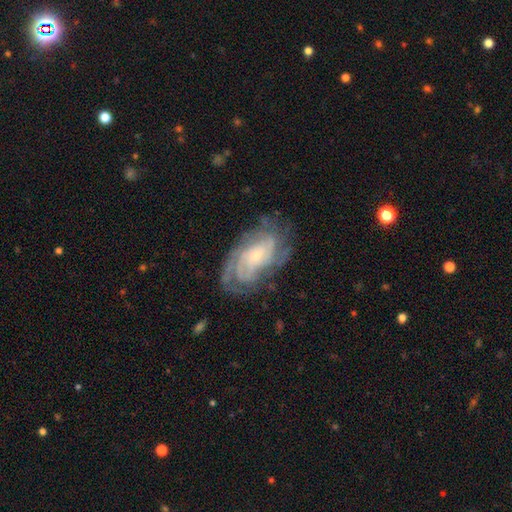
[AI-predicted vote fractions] Overall: featured or disk (84%). Edge-on disk: no (95%). Bar: no (70%). Spiral arms: yes (95%). Spiral arm count: can't tell (36%; 3 18%). Spiral winding: tight (67%; medium 27%). Bulge size: small (72%). Merging: none (72%).